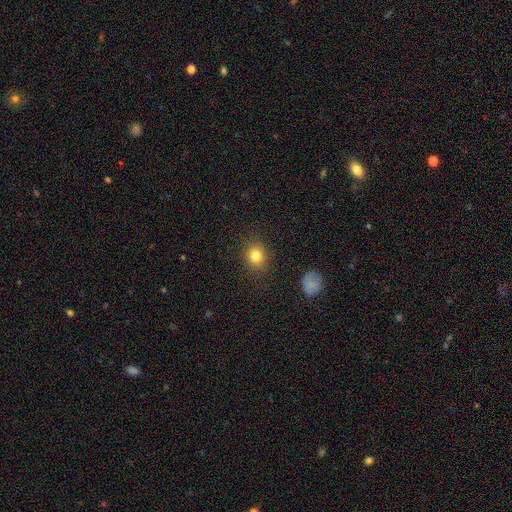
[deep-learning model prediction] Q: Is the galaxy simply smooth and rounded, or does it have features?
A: smooth — 83%.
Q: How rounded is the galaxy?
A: round — 71%.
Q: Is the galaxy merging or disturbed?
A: none — 87%.